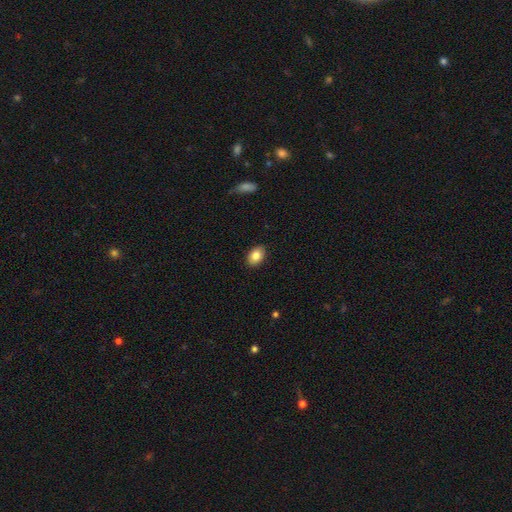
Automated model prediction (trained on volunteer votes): Q: Smooth or featured?
A: smooth (84%); runner-up: star or artifact (8%)
Q: How rounded?
A: in between (81%); runner-up: round (18%)
Q: Merging?
A: none (89%); runner-up: minor disturbance (8%)